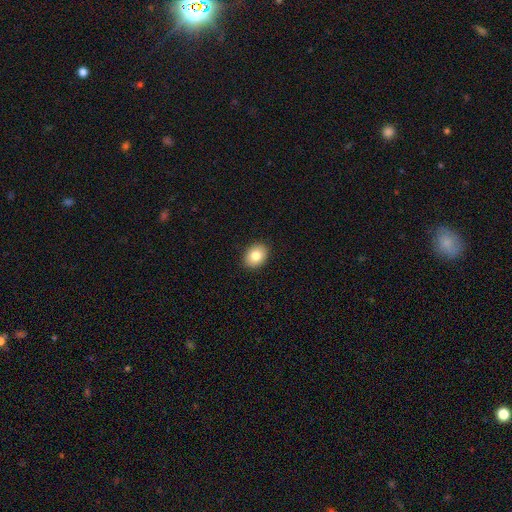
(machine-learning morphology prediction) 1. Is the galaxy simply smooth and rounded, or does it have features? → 82% smooth, 9% featured or disk, 8% star or artifact.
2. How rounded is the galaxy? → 64% in between, 35% round, 1% cigar-shaped.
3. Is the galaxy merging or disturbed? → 91% none, 7% minor disturbance, 2% major disturbance, 1% merger.